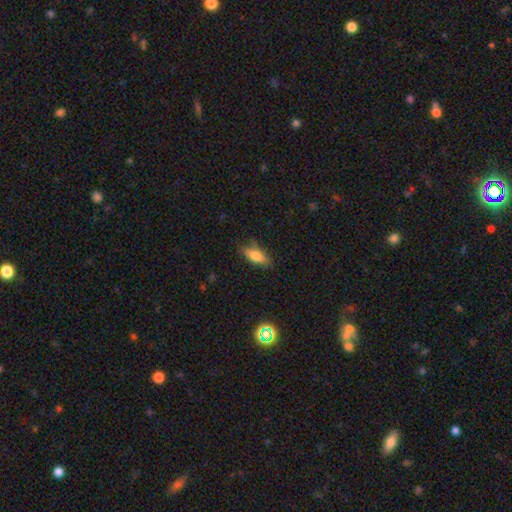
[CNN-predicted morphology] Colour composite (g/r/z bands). It shows a smooth galaxy with no disk features (71%) that is in between round and cigar-shaped (69%). Merging: none (73%).